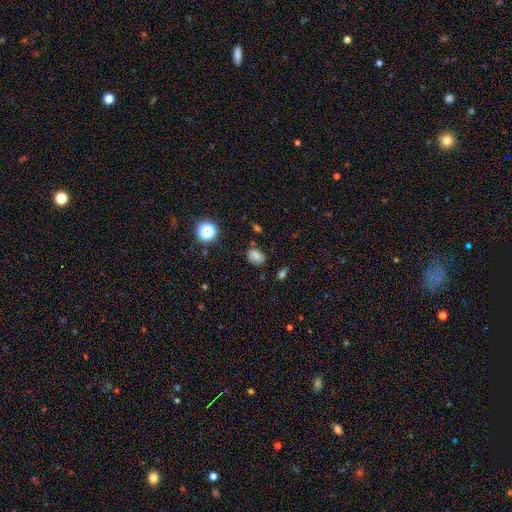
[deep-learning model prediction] A smooth galaxy with no disk features (74%) that is in between round and cigar-shaped (71%). Merging: none (72%).